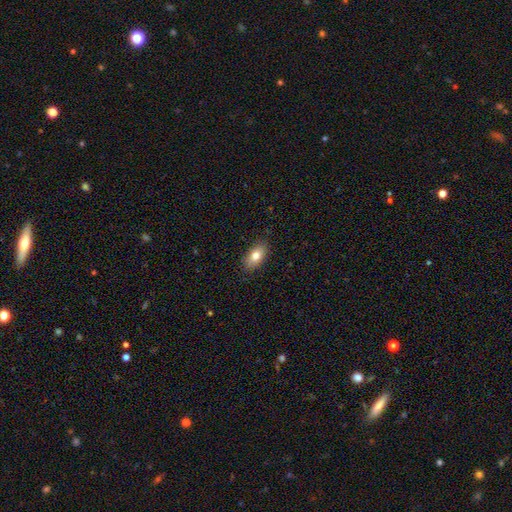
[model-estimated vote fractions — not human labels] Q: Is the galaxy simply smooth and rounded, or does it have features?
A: smooth — 79%.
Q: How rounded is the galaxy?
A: in between — 89%.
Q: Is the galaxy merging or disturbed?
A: none — 87%.